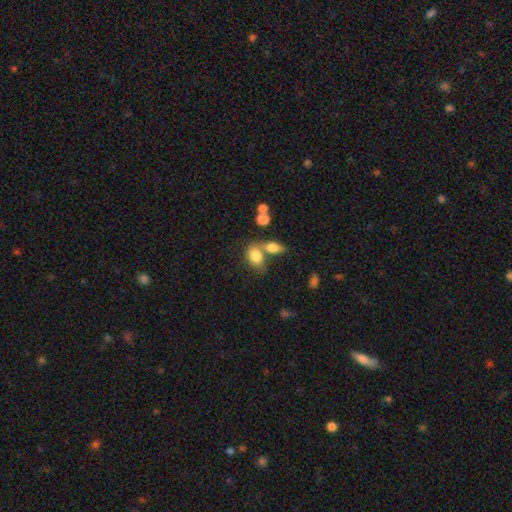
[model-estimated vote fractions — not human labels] This is likely a smooth galaxy (80%). How rounded: clearly in between (83%). Merging: possibly merger (46%).